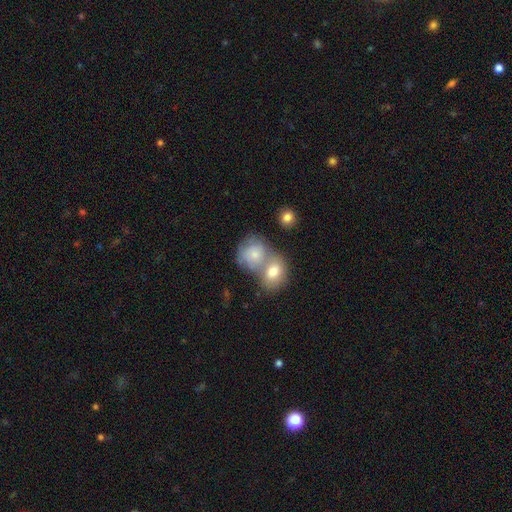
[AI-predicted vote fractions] Overall: smooth (65%). How rounded: round (62%; in between 37%). Merging: merger (58%; none 29%).